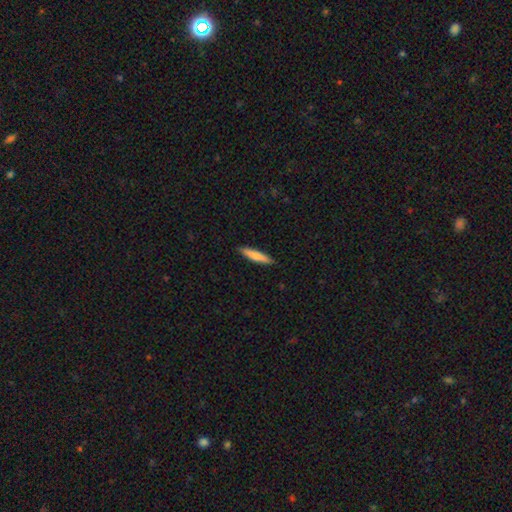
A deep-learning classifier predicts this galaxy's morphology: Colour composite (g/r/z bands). It shows a smooth galaxy with no disk features (76%) that is cigar-shaped (87%). Merging: none (90%).